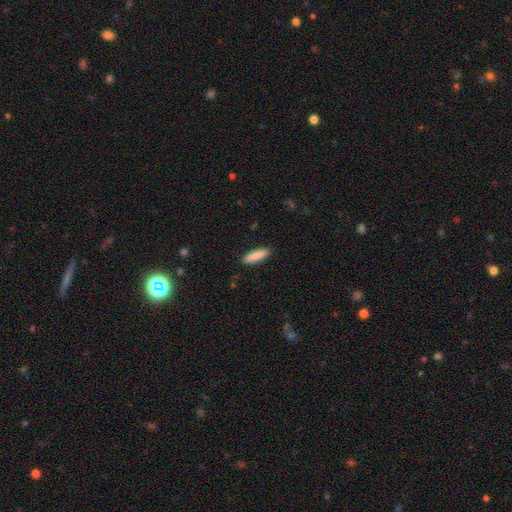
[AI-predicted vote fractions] This is clearly a smooth galaxy (88%). How rounded: likely cigar-shaped (69%). Merging: clearly none (90%).